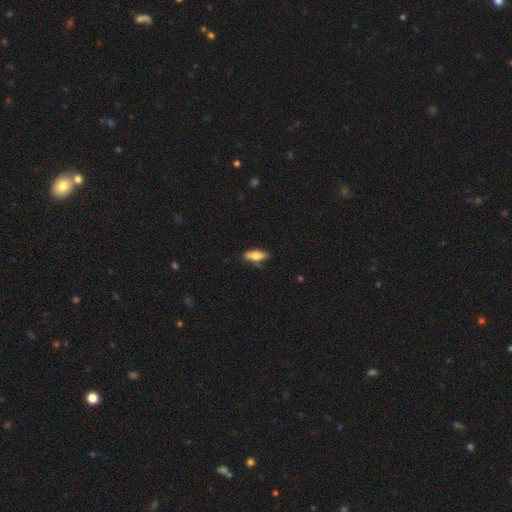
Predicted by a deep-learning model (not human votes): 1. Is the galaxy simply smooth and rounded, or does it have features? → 73% smooth, 21% featured or disk, 6% star or artifact.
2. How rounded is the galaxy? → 72% in between, 25% cigar-shaped, 2% round.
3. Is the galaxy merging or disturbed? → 71% none, 22% minor disturbance, 4% major disturbance, 3% merger.